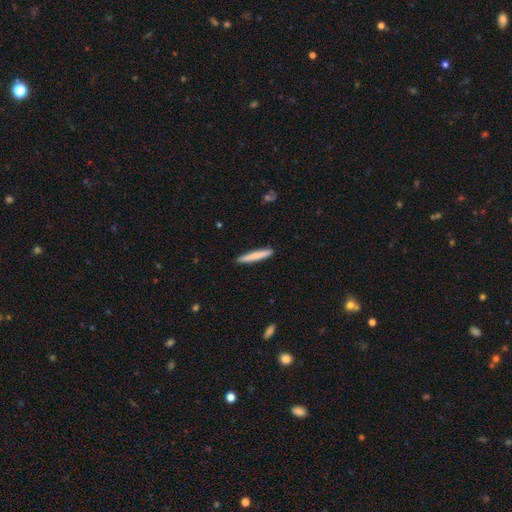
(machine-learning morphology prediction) A smooth galaxy with no disk features (78%) that is cigar-shaped (95%).

Vote fractions:
- Smooth or featured? smooth: 78% / featured or disk: 17% / star or artifact: 5%
- How rounded? cigar-shaped: 95% / in between: 3% / round: 1%
- Merging? none: 91% / minor disturbance: 6% / major disturbance: 1% / merger: 1%